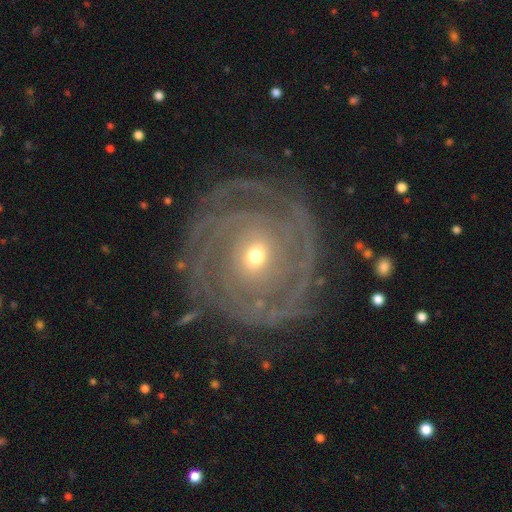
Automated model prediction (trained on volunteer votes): A featured or disk galaxy (88%) with no bar (67%), 2 (27%) tight (79%) spiral arms (95%) and a small central bulge (57%). Merging: none (76%).